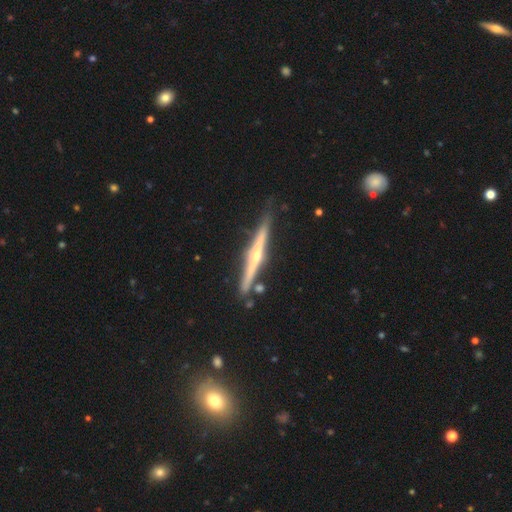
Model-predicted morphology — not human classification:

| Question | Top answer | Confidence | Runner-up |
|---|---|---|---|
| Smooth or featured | featured or disk | 79% | smooth (15%) |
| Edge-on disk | yes | 98% | no (2%) |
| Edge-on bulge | rounded | 82% | none (13%) |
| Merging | none | 82% | minor disturbance (11%) |